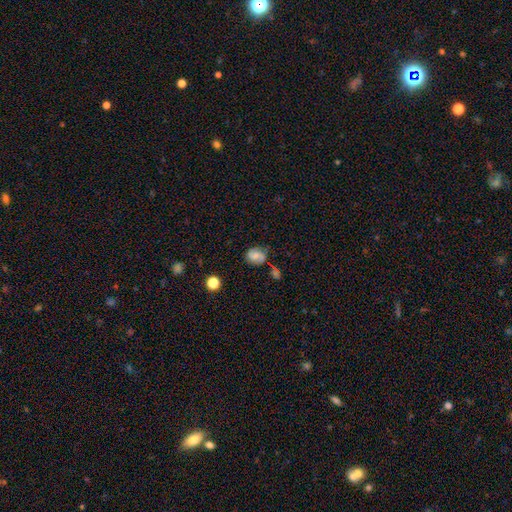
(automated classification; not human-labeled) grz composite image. It shows a smooth galaxy with no disk features (55%) that is round (61%). Merging: none (63%).